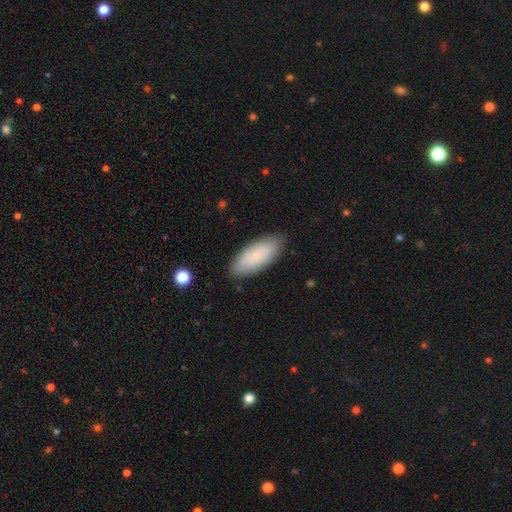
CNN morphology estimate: Overall: smooth (82%). How rounded: in between (81%). Merging: none (86%).